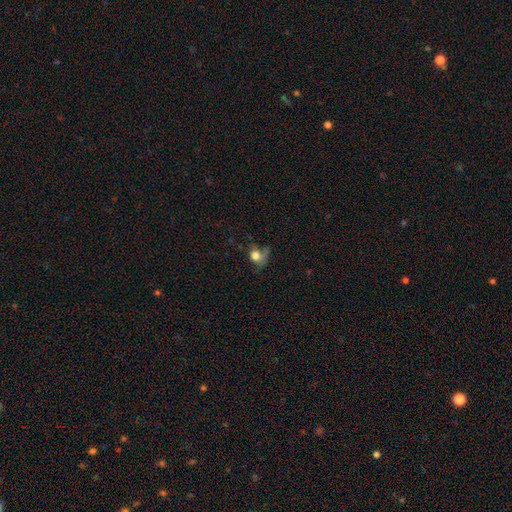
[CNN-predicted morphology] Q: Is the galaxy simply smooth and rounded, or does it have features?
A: smooth — 73%.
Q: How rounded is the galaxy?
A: round — 57%.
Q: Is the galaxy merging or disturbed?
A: none — 34%.